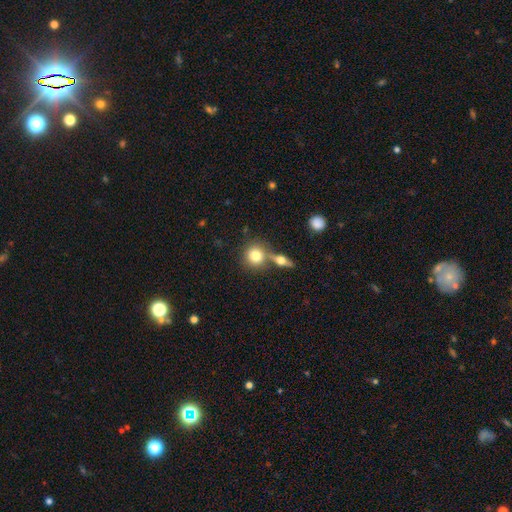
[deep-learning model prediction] A smooth galaxy with no disk features (77%) that is round (85%). Merging: none (56%).